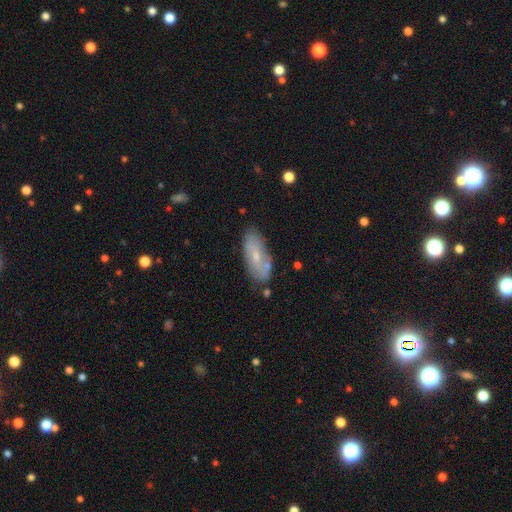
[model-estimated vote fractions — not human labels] This appears to be a featured or disk galaxy (48%). Merging: none (73%).